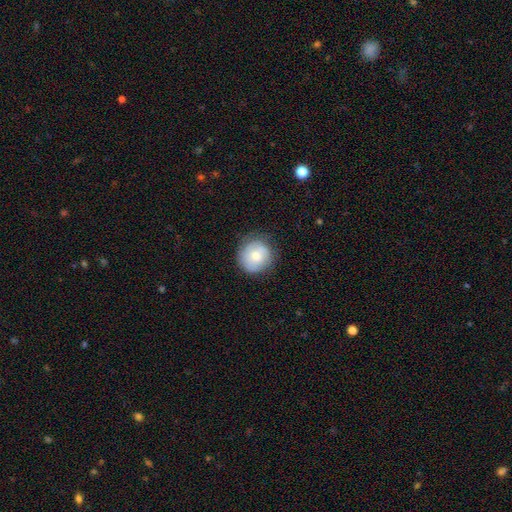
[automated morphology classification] Smooth or featured?
  - smooth: 66% *
  - featured or disk: 26%
  - star or artifact: 7%
How rounded?
  - round: 91% *
  - in between: 8%
  - cigar-shaped: 1%
Merging?
  - none: 76% *
  - minor disturbance: 18%
  - major disturbance: 5%
  - merger: 1%